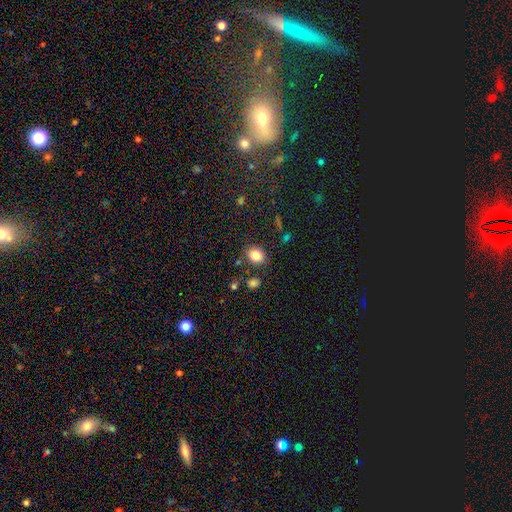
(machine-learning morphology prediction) smooth-or-featured: smooth: 84% | star or artifact: 10% | featured or disk: 6%
  how-rounded: in between: 51% | round: 48% | cigar-shaped: 1%
  merging: none: 81% | minor disturbance: 12% | merger: 4% | major disturbance: 3%